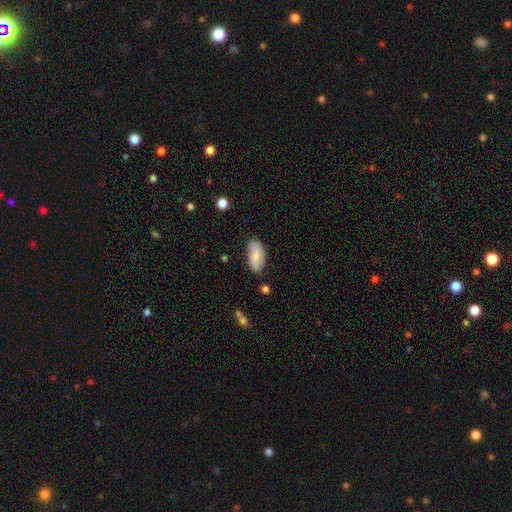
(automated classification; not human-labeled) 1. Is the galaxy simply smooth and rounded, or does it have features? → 76% smooth, 18% featured or disk, 6% star or artifact.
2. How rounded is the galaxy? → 93% in between, 5% cigar-shaped, 3% round.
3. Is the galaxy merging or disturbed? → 76% none, 19% minor disturbance, 3% major disturbance, 2% merger.